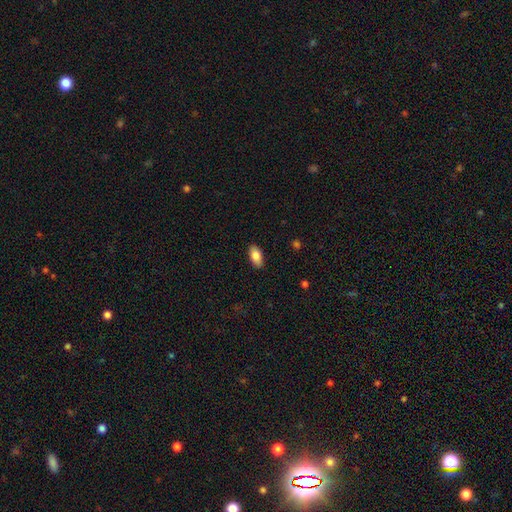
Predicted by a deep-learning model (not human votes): Morphology: type=smooth (85%); roundness=in between (92%); merging=none (88%).